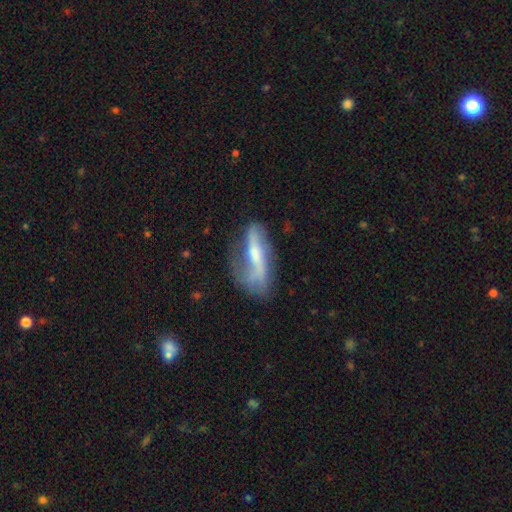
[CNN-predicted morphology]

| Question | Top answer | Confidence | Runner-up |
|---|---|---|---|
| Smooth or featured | featured or disk | 65% | smooth (27%) |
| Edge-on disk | no | 79% | yes (21%) |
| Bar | no | 34% | weak (33%) |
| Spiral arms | yes | 78% | no (22%) |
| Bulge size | moderate | 42% | small (38%) |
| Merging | none | 50% | minor disturbance (27%) |